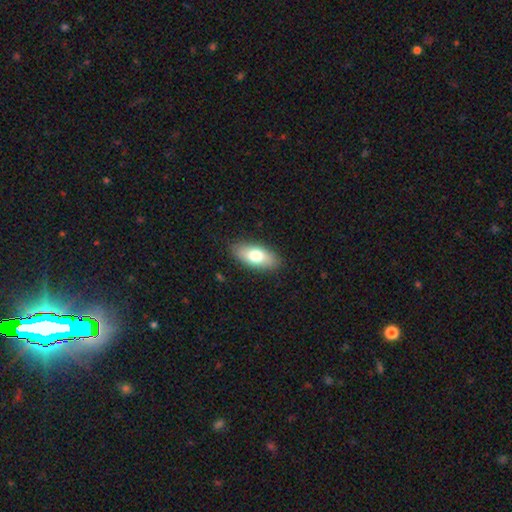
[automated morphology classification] This appears to be a smooth galaxy with no disk features (74%) that is in between round and cigar-shaped (86%). Merging: none (87%).